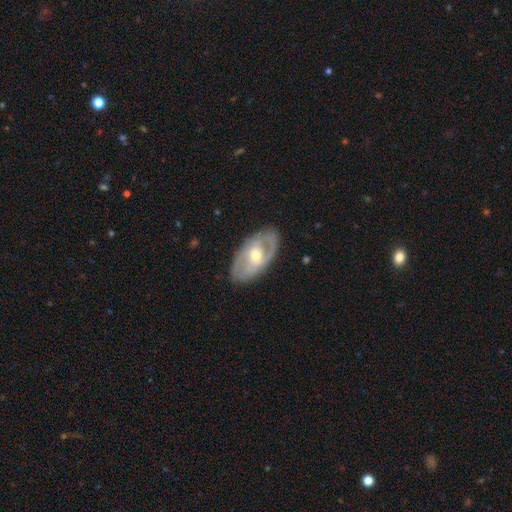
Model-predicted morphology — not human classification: featured or disk 74%, smooth 21%, star or artifact 5%. Down the decision tree: edge-on disk — no (92%); bar — no (44%); spiral arms — yes (70%); bulge size — moderate (55%); merging — none (80%).